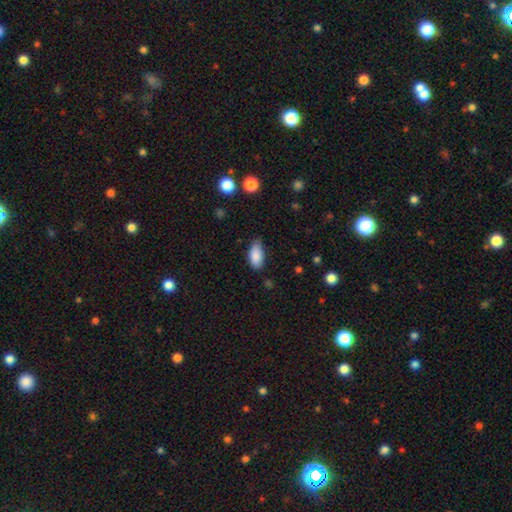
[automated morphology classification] type=smooth (87%); roundness=in between (92%); merging=none (64%).